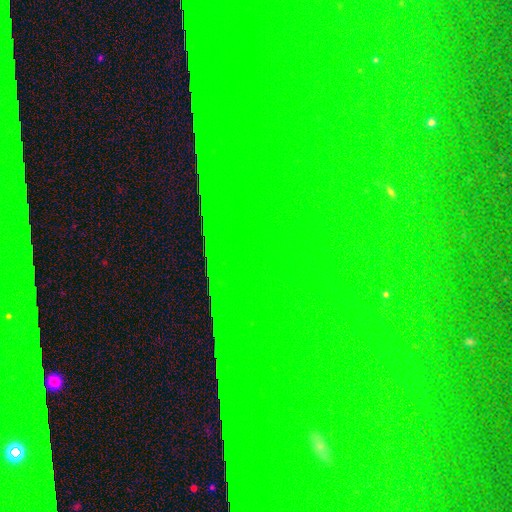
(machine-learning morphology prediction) Smooth or featured: star or artifact — 86% (featured or disk — 8%)